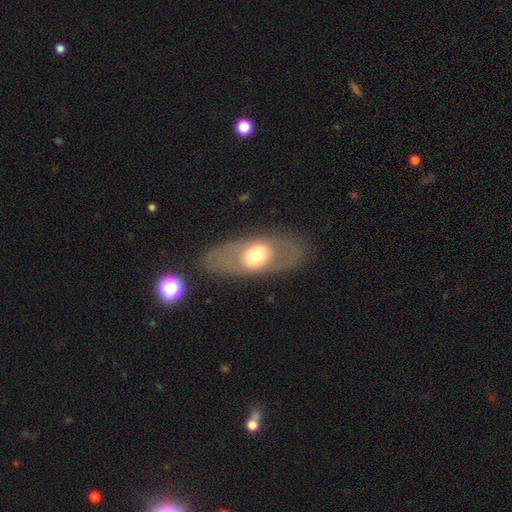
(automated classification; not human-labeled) smooth_or_featured: featured or disk (p=0.49) [alt: smooth p=0.44]
merging: none (p=0.79) [alt: minor disturbance p=0.11]